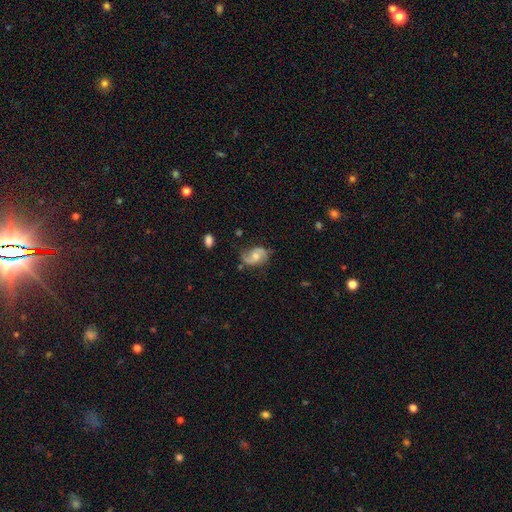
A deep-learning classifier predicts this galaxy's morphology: Smooth or featured?
  - featured or disk: 76% *
  - smooth: 17%
  - star or artifact: 7%
Edge-on disk?
  - no: 97% *
  - yes: 3%
Bar?
  - no: 58% *
  - weak: 36%
  - strong: 6%
Spiral arms?
  - yes: 95% *
  - no: 5%
Spiral winding?
  - medium: 43% *
  - loose: 41%
  - tight: 15%
Spiral arm count?
  - 2: 89% *
  - can't tell: 4%
  - 1: 3%
  - 3: 1%
  - 4: 1%
  - more than 4: 1%
Bulge size?
  - moderate: 58% *
  - small: 29%
  - large: 6%
  - none: 5%
  - dominant: 1%
Merging?
  - none: 68% *
  - minor disturbance: 22%
  - major disturbance: 8%
  - merger: 2%